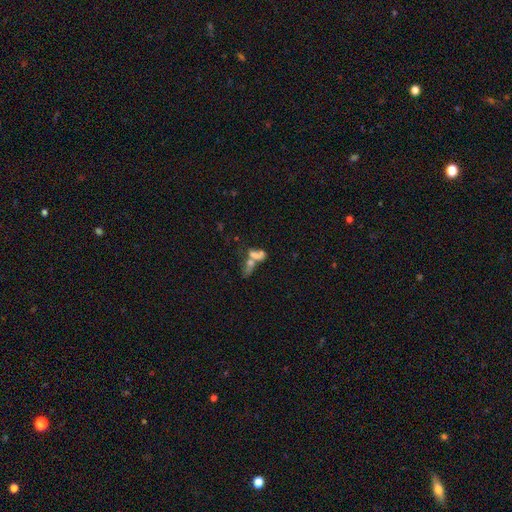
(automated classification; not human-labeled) Smooth or featured? smooth (55%)
How rounded? in between (67%)
Merging? merger (63%)